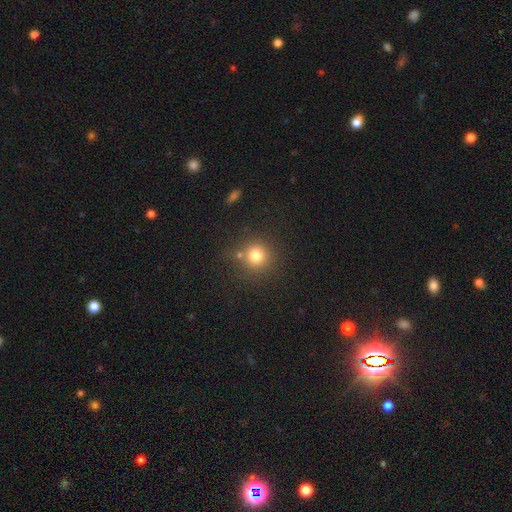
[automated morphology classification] smooth-or-featured: smooth: 78% | star or artifact: 14% | featured or disk: 8%
  how-rounded: round: 92% | in between: 7% | cigar-shaped: 1%
  merging: none: 72% | merger: 13% | minor disturbance: 10% | major disturbance: 4%